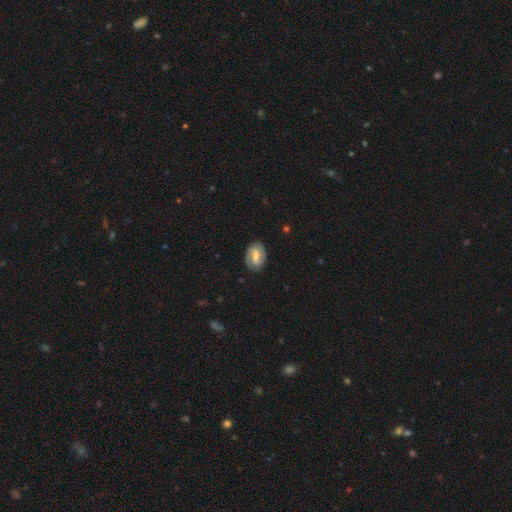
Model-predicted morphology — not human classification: A featured or disk galaxy (62%) with a weak bar (50%), 2 (81%) medium (42%) spiral arms (86%) and a moderate central bulge (53%).

Vote fractions:
- Smooth or featured? featured or disk: 62% / smooth: 32% / star or artifact: 6%
- Edge-on disk? no: 96% / yes: 4%
- Bar? weak: 50% / strong: 30% / no: 19%
- Spiral arms? yes: 86% / no: 14%
- Spiral winding? medium: 42% / tight: 41% / loose: 18%
- Spiral arm count? 2: 81% / can't tell: 11% / 1: 3% / 3: 2% / 4: 1% / more than 4: 1%
- Bulge size? moderate: 53% / small: 30% / large: 9% / none: 7% / dominant: 1%
- Merging? none: 82% / minor disturbance: 13% / major disturbance: 4% / merger: 1%